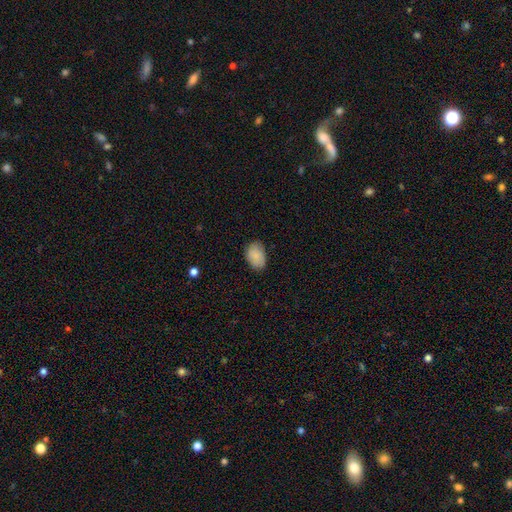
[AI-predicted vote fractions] The model was most divided on "merging": none: 78%, minor disturbance: 18%, major disturbance: 3%, merger: 1%. More confident: smooth or featured — smooth (85%); how rounded — in between (84%).